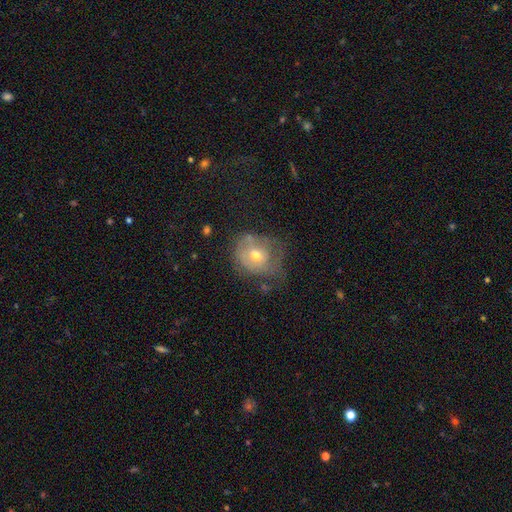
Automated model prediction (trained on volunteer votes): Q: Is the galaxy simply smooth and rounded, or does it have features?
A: smooth — 52%.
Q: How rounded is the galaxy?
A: round — 71%.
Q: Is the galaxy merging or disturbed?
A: none — 38%.